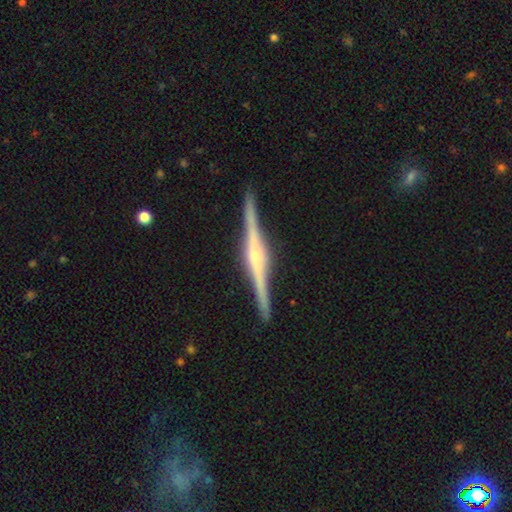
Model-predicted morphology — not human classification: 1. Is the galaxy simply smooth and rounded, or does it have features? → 88% featured or disk, 7% smooth, 5% star or artifact.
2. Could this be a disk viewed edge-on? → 99% yes, 1% no.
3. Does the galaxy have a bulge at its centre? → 82% rounded, 12% boxy, 6% none.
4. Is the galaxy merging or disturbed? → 92% none, 6% minor disturbance, 1% major disturbance, 1% merger.